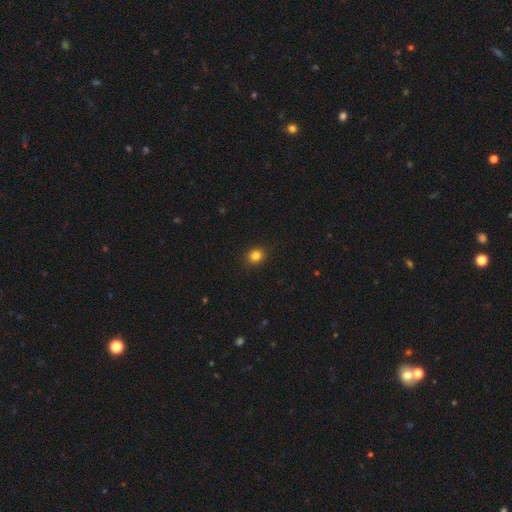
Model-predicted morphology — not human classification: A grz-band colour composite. It shows a smooth galaxy with no disk features (83%) that is round (75%). Merging: none (90%).